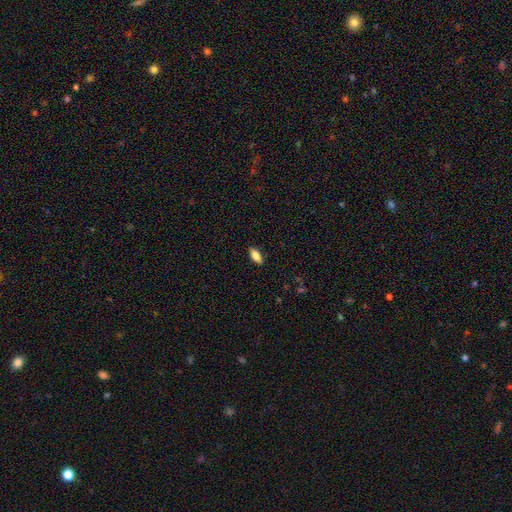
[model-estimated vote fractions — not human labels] The model was most divided on "how rounded": in between: 80%, cigar-shaped: 17%, round: 3%. More confident: merging — none (88%); smooth or featured — smooth (78%).